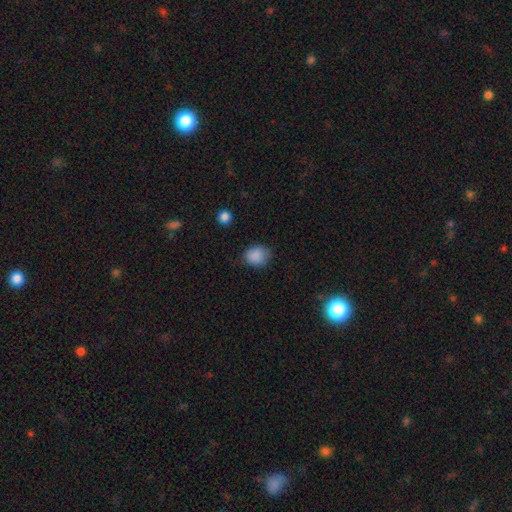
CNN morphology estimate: Smooth or featured? Predicted: smooth (p=0.87). How rounded? Predicted: round (p=0.62). Merging? Predicted: none (p=0.74).